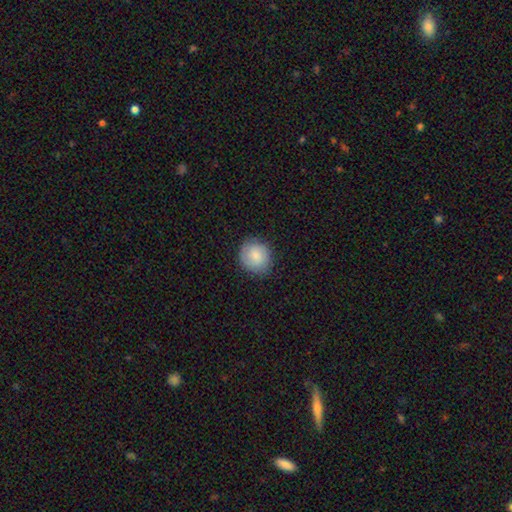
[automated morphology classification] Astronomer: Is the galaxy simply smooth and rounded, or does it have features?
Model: smooth — 80%.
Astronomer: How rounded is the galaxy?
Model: round — 82%.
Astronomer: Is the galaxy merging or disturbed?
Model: none — 82%.